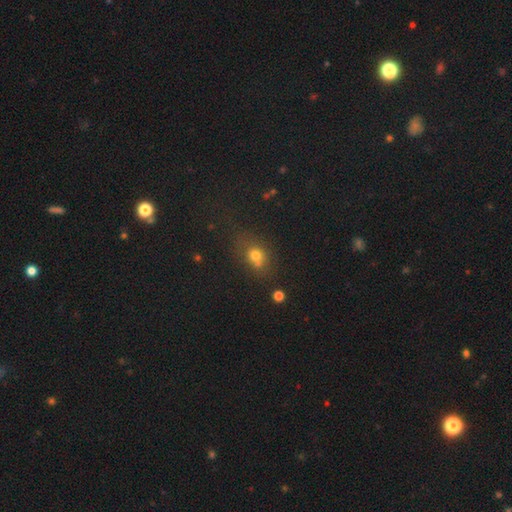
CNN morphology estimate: A smooth galaxy with no disk features (70%) that is round (62%).

Vote fractions:
- Smooth or featured? smooth: 70% / star or artifact: 17% / featured or disk: 12%
- How rounded? round: 62% / in between: 36% / cigar-shaped: 2%
- Merging? none: 52% / merger: 24% / minor disturbance: 16% / major disturbance: 8%